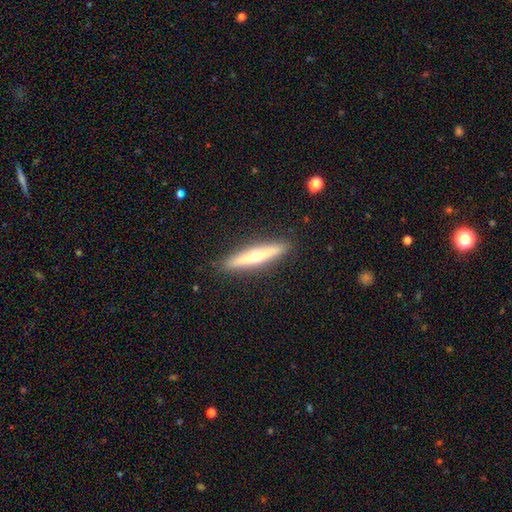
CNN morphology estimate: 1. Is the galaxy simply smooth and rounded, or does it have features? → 61% featured or disk, 33% smooth, 6% star or artifact.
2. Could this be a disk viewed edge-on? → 95% yes, 5% no.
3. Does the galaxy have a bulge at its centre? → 86% rounded, 11% none, 3% boxy.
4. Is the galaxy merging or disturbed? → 91% none, 7% minor disturbance, 1% major disturbance, 1% merger.